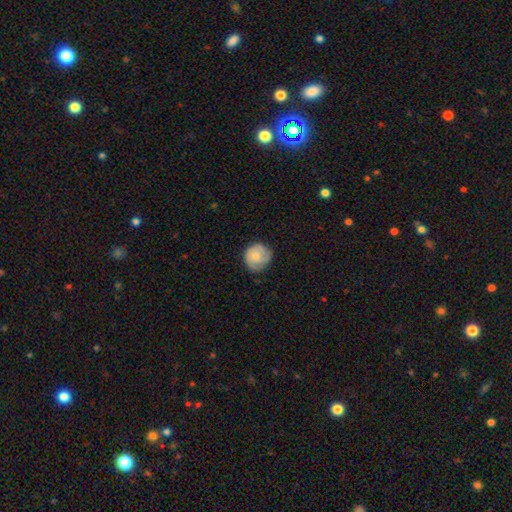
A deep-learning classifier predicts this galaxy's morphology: smooth_or_featured: smooth (p=0.64) [alt: featured or disk p=0.30]
how_rounded: round (p=0.90) [alt: in between p=0.09]
merging: none (p=0.72) [alt: minor disturbance p=0.22]